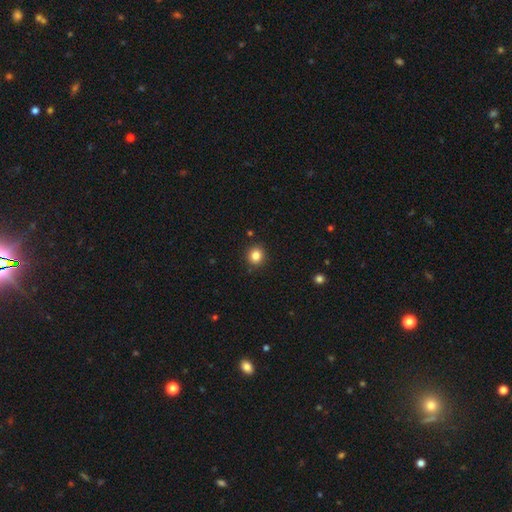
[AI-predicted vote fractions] Q: Smooth or featured?
A: smooth (84%); runner-up: star or artifact (11%)
Q: How rounded?
A: round (89%); runner-up: in between (10%)
Q: Merging?
A: none (90%); runner-up: minor disturbance (6%)